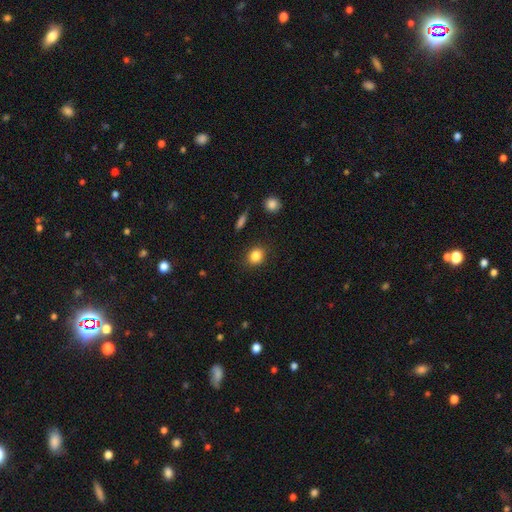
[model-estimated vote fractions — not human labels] Smooth or featured? smooth (84%)
How rounded? round (66%)
Merging? none (87%)